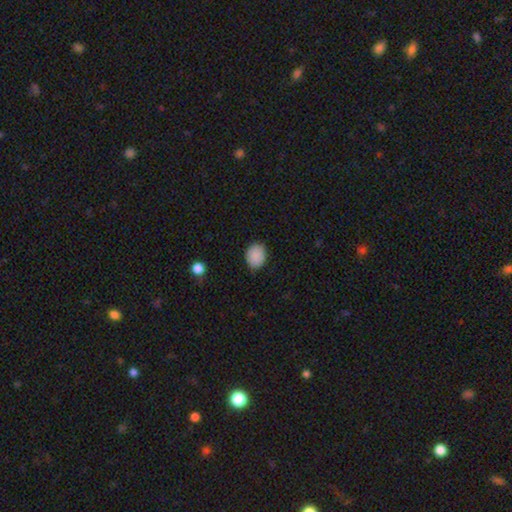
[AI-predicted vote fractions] Smooth or featured? smooth (89%)
How rounded? round (55%)
Merging? none (83%)